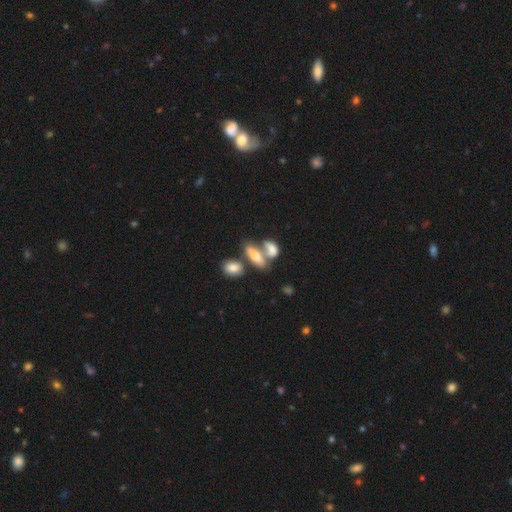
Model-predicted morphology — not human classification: smooth_or_featured: smooth (p=0.66) [alt: featured or disk p=0.24]
how_rounded: in between (p=0.78) [alt: cigar-shaped p=0.16]
merging: merger (p=0.49) [alt: none p=0.34]